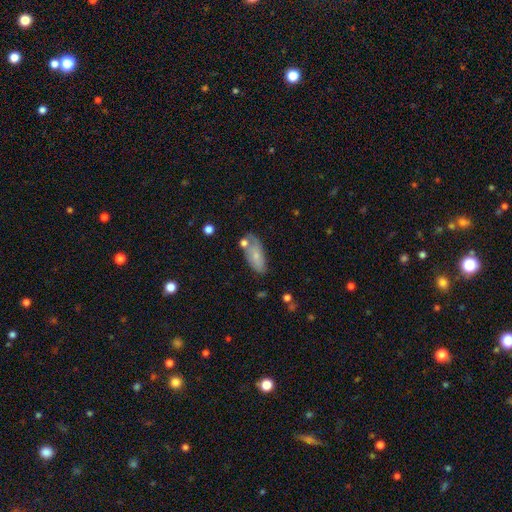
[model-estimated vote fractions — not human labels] A smooth galaxy with no disk features (66%) that is in between round and cigar-shaped (84%). Merging: none (54%).